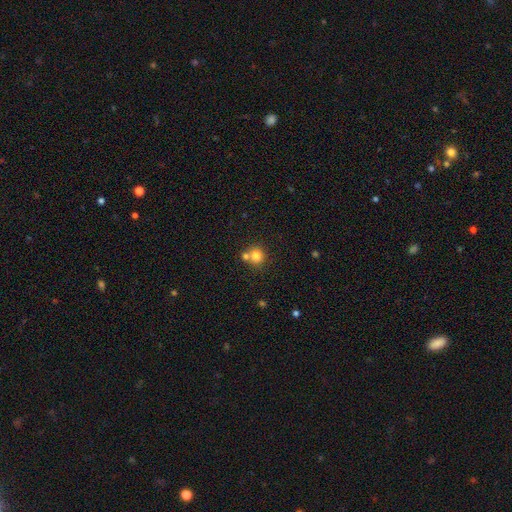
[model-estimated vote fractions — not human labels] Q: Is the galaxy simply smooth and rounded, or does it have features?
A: smooth — 79%.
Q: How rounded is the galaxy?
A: round — 88%.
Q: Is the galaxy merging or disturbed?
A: none — 56%.